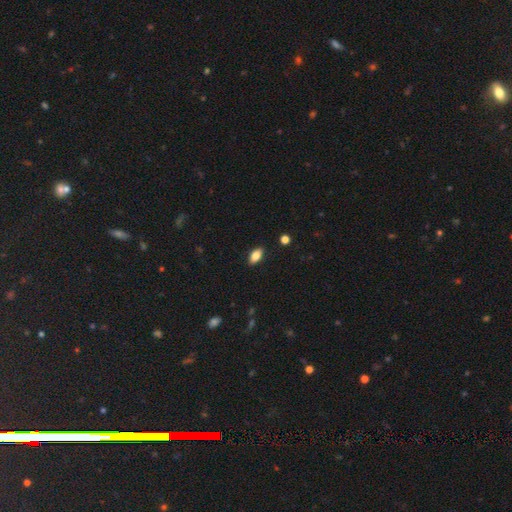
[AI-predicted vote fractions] smooth 82%, featured or disk 10%, star or artifact 8%. Down the decision tree: how rounded — in between (90%); merging — none (88%).